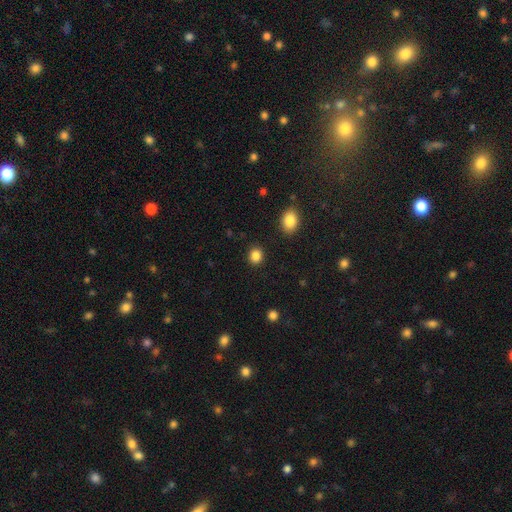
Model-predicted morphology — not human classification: A smooth galaxy with no disk features (86%) that is round (76%).

Vote fractions:
- Smooth or featured? smooth: 86% / star or artifact: 10% / featured or disk: 4%
- How rounded? round: 76% / in between: 23% / cigar-shaped: 1%
- Merging? none: 90% / minor disturbance: 6% / major disturbance: 2% / merger: 2%